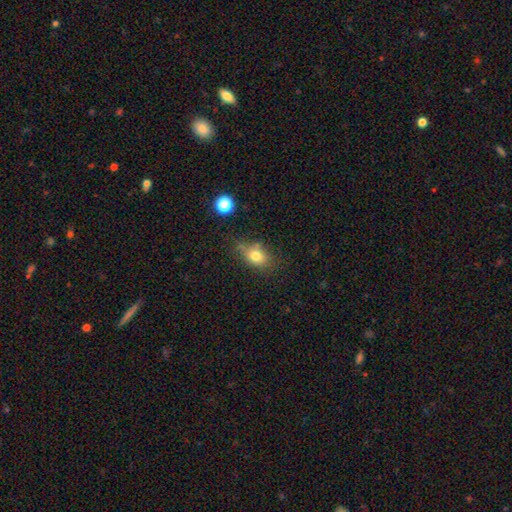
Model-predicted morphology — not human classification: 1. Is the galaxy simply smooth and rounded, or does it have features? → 76% smooth, 13% featured or disk, 12% star or artifact.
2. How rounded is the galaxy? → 66% in between, 31% round, 3% cigar-shaped.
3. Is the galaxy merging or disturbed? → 60% none, 26% minor disturbance, 8% major disturbance, 7% merger.